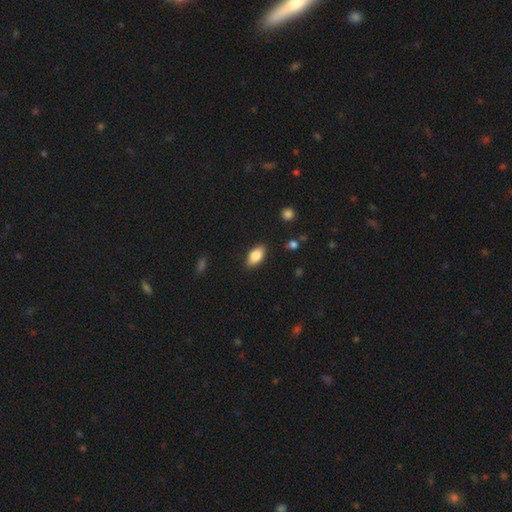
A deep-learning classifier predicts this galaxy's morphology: The model was most divided on "smooth or featured": smooth: 84%, featured or disk: 9%, star or artifact: 7%. More confident: how rounded — in between (91%); merging — none (86%).